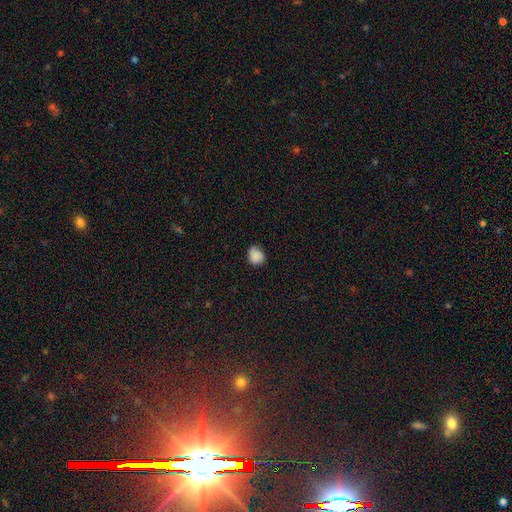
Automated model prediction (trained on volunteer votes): The model was most divided on "how rounded": round: 62%, in between: 38%, cigar-shaped: 1%. More confident: smooth or featured — smooth (88%); merging — none (76%).